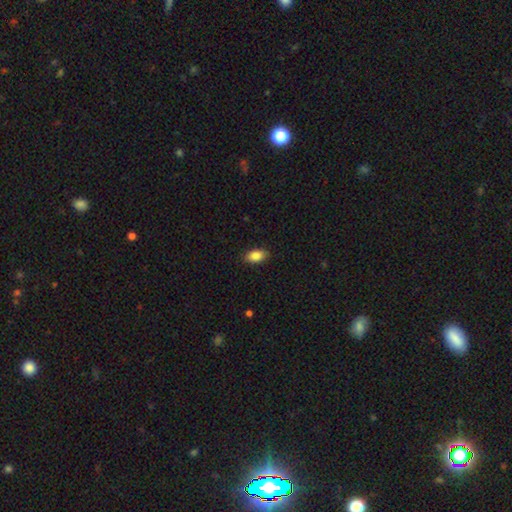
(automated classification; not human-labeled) Q: Smooth or featured?
A: smooth (86%); runner-up: star or artifact (7%)
Q: How rounded?
A: in between (91%); runner-up: round (5%)
Q: Merging?
A: none (88%); runner-up: minor disturbance (9%)